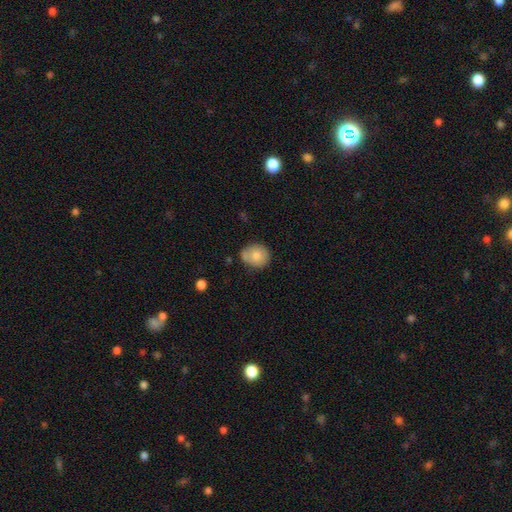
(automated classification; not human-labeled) The model was most divided on "how rounded": round: 68%, in between: 32%, cigar-shaped: 1%. More confident: smooth or featured — smooth (78%); merging — none (65%).